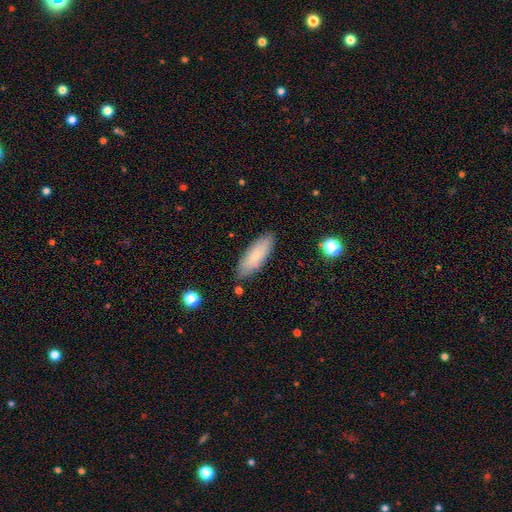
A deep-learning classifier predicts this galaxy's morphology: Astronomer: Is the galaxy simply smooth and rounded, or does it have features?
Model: smooth — 79%.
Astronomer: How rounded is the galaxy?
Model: in between — 57% (runner-up: cigar-shaped, 42%).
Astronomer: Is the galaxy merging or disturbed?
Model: none — 85%.